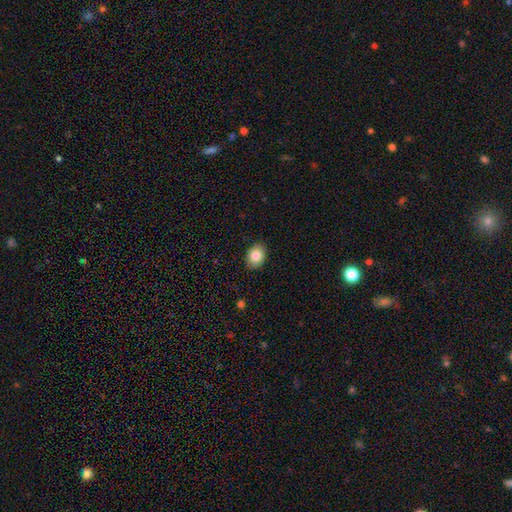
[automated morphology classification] The model was most divided on "how rounded": in between: 59%, round: 40%, cigar-shaped: 1%. More confident: merging — none (87%); smooth or featured — smooth (84%).